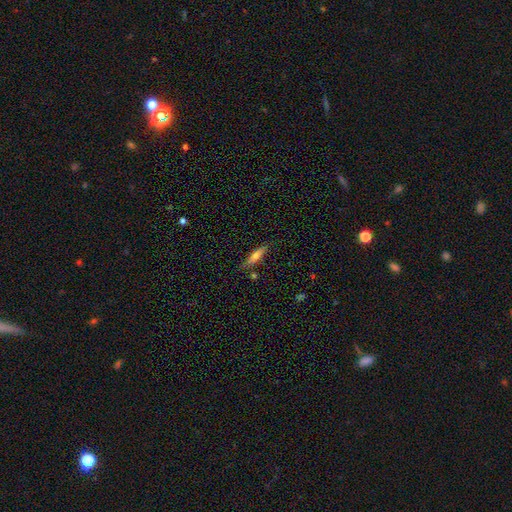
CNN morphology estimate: Smooth or featured? smooth (61%)
How rounded? cigar-shaped (75%)
Merging? none (79%)